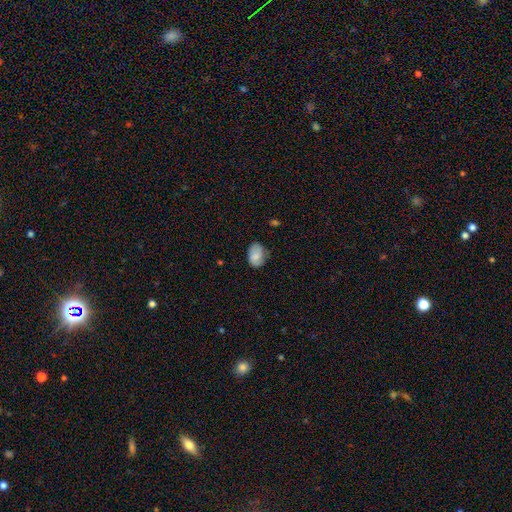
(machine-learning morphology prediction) A smooth galaxy with no disk features (79%) that is in between round and cigar-shaped (78%). Merging: none (65%).